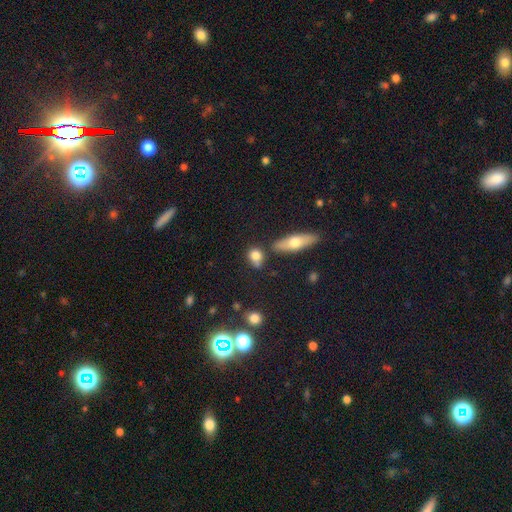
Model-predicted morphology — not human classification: type=smooth (78%); roundness=round (51%); merging=none (58%).